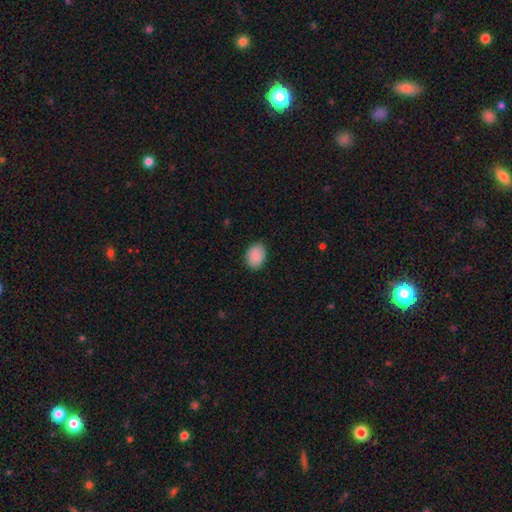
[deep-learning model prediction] smooth-or-featured: smooth: 89% | star or artifact: 6% | featured or disk: 5%
  how-rounded: in between: 78% | round: 21% | cigar-shaped: 1%
  merging: none: 81% | minor disturbance: 15% | major disturbance: 3% | merger: 1%